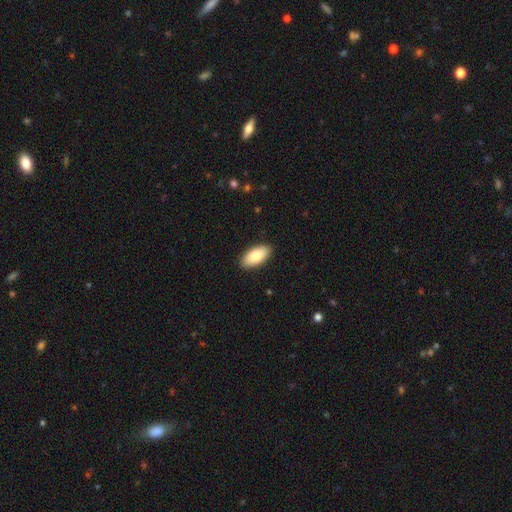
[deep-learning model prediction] Smooth or featured?
  - smooth: 81% *
  - featured or disk: 13%
  - star or artifact: 6%
How rounded?
  - in between: 92% *
  - cigar-shaped: 6%
  - round: 2%
Merging?
  - none: 90% *
  - minor disturbance: 8%
  - major disturbance: 2%
  - merger: 1%